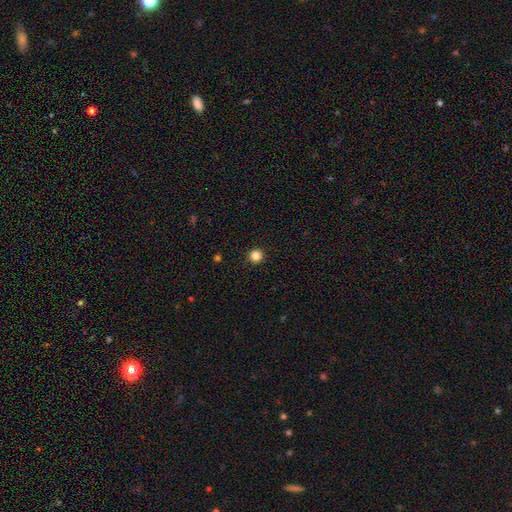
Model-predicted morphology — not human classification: Q: Smooth or featured?
A: smooth (84%); runner-up: star or artifact (12%)
Q: How rounded?
A: round (96%); runner-up: in between (4%)
Q: Merging?
A: none (93%); runner-up: minor disturbance (4%)